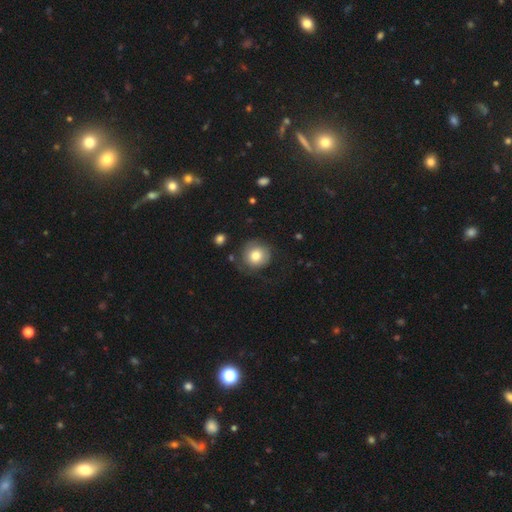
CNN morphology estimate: smooth_or_featured: smooth (p=0.74) [alt: featured or disk p=0.19]
how_rounded: round (p=0.93) [alt: in between p=0.06]
merging: none (p=0.67) [alt: minor disturbance p=0.18]